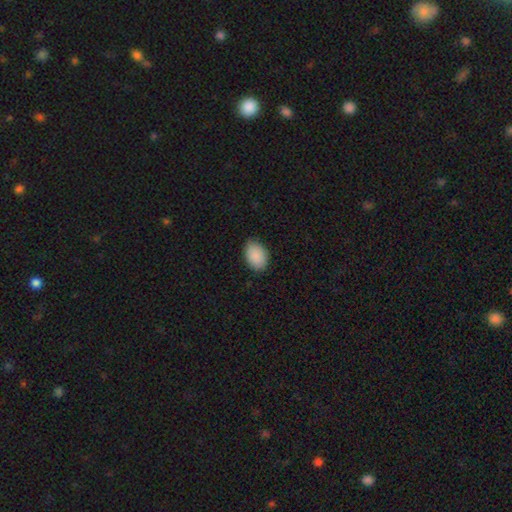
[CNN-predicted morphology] Smooth or featured: smooth — 90% (star or artifact — 7%)
How rounded: in between — 83% (round — 16%)
Merging: none — 81% (minor disturbance — 15%)